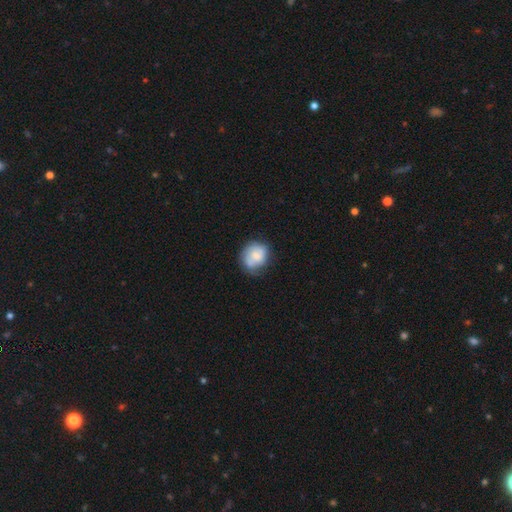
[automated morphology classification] A smooth galaxy with no disk features (66%) that is round (74%). Merging: none (54%).